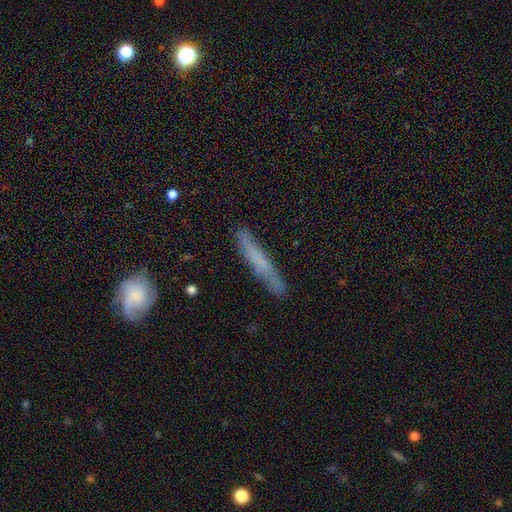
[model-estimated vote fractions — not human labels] smooth_or_featured: smooth (p=0.53) [alt: featured or disk p=0.39]
how_rounded: cigar-shaped (p=0.93) [alt: in between p=0.06]
merging: none (p=0.80) [alt: minor disturbance p=0.15]